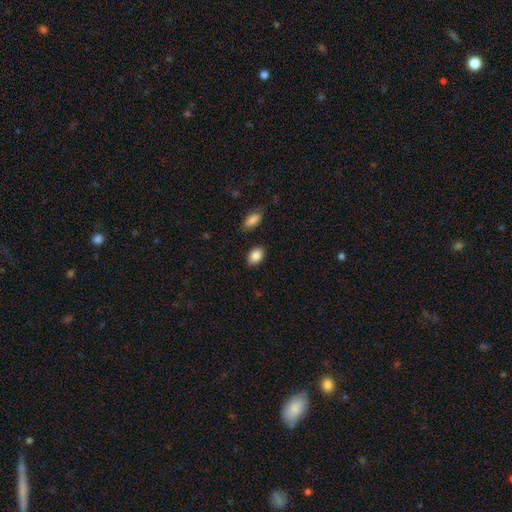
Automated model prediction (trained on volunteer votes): smooth-or-featured: smooth: 87% | star or artifact: 8% | featured or disk: 5%
  how-rounded: in between: 85% | round: 14% | cigar-shaped: 1%
  merging: none: 86% | minor disturbance: 9% | merger: 2% | major disturbance: 2%